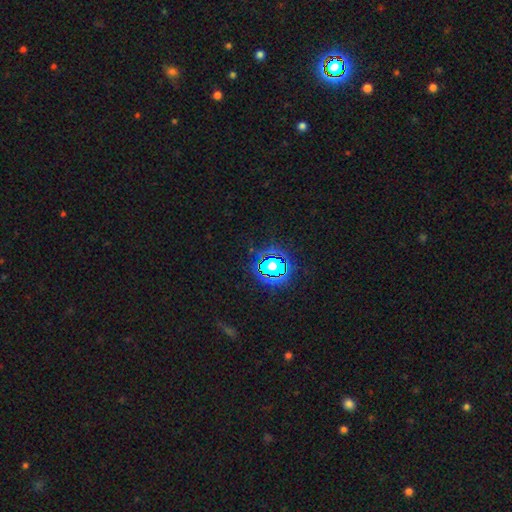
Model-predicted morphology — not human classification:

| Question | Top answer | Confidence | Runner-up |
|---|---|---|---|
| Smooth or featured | star or artifact | 80% | smooth (13%) |